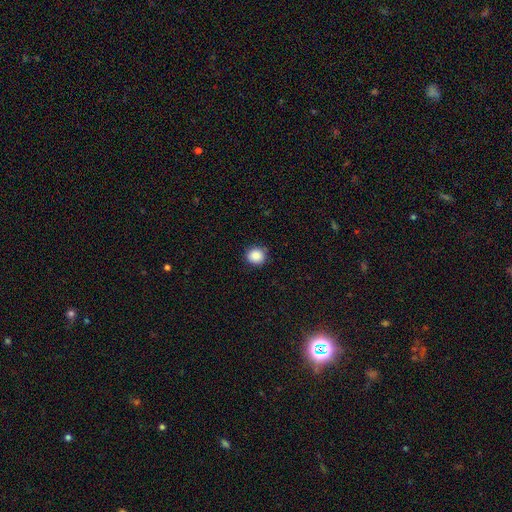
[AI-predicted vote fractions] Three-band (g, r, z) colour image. It shows a smooth galaxy with no disk features (88%) that is round (87%). Merging: none (88%).